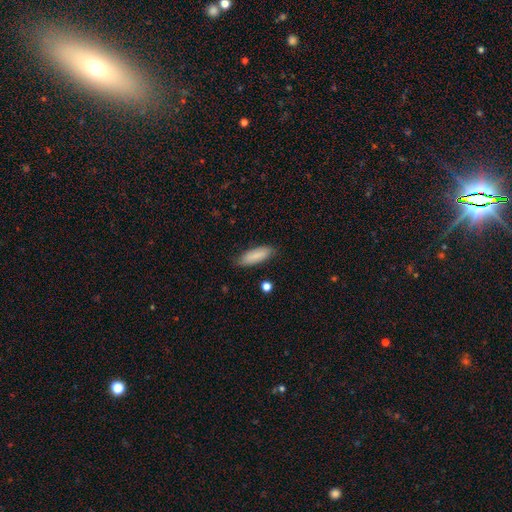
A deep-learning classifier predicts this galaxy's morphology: smooth-or-featured: smooth: 85% | featured or disk: 8% | star or artifact: 6%
  how-rounded: in between: 60% | cigar-shaped: 39% | round: 2%
  merging: none: 82% | minor disturbance: 14% | major disturbance: 3% | merger: 1%